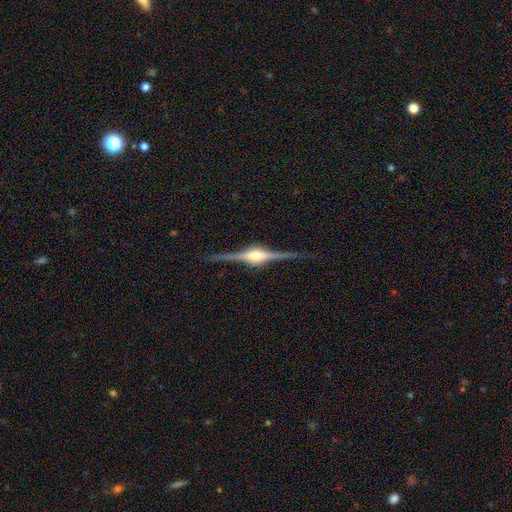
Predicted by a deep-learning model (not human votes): A featured or disk galaxy (90%) viewed edge-on (98%) with a rounded central bulge (89%). Merging: none (89%).